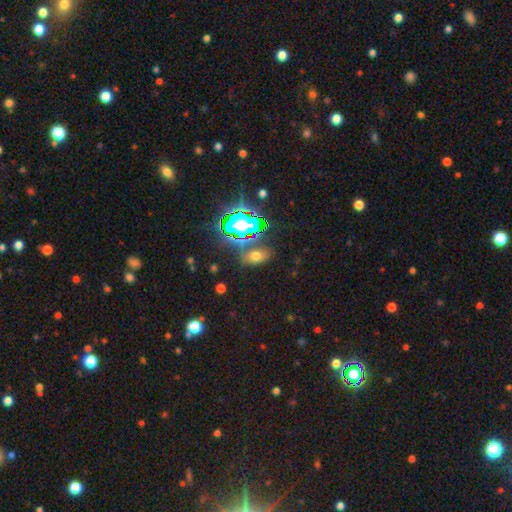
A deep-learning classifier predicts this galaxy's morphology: type=smooth (53%); roundness=in between (85%); merging=none (75%).